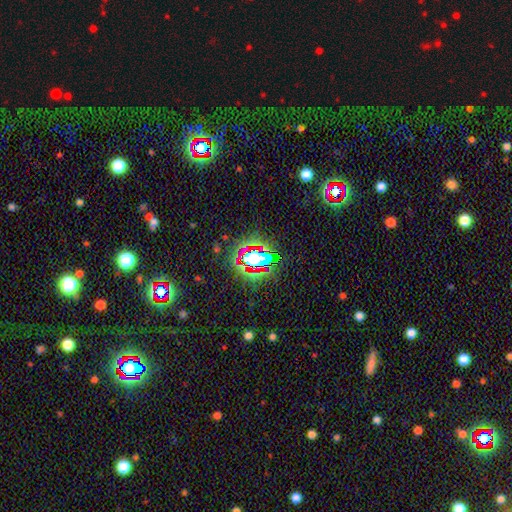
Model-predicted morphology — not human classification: Q: Smooth or featured?
A: star or artifact (58%); runner-up: smooth (27%)